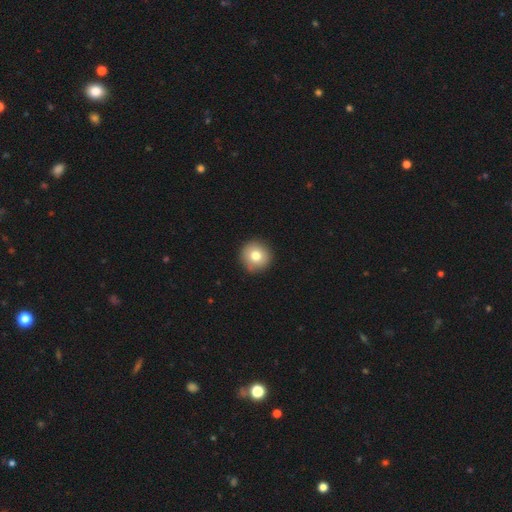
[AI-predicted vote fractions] A smooth galaxy with no disk features (77%) that is round (95%).

Vote fractions:
- Smooth or featured? smooth: 77% / featured or disk: 13% / star or artifact: 10%
- How rounded? round: 95% / in between: 4% / cigar-shaped: 1%
- Merging? none: 90% / minor disturbance: 7% / major disturbance: 2% / merger: 1%